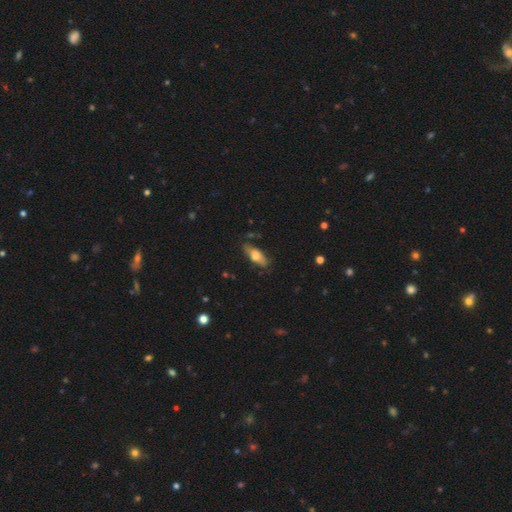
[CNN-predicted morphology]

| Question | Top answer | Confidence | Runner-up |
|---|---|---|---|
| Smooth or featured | smooth | 62% | featured or disk (31%) |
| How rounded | in between | 66% | cigar-shaped (31%) |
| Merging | none | 74% | minor disturbance (19%) |